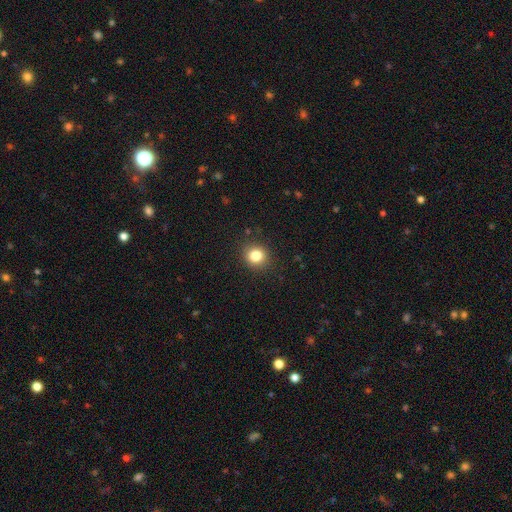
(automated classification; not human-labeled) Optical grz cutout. It shows a smooth galaxy with no disk features (83%) that is round (81%). Merging: none (88%).